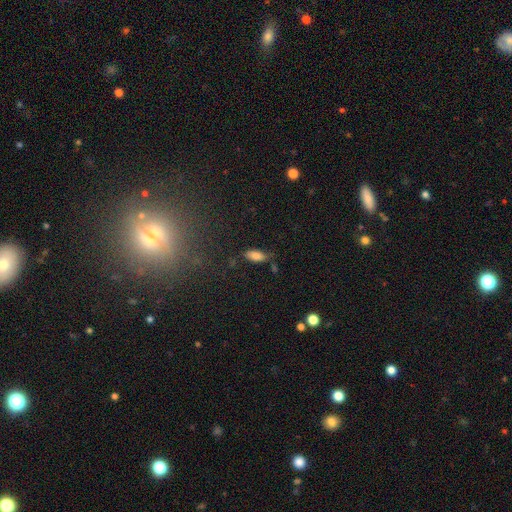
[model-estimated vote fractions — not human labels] This is clearly a smooth galaxy (82%). How rounded: clearly in between (84%). Merging: likely none (72%).